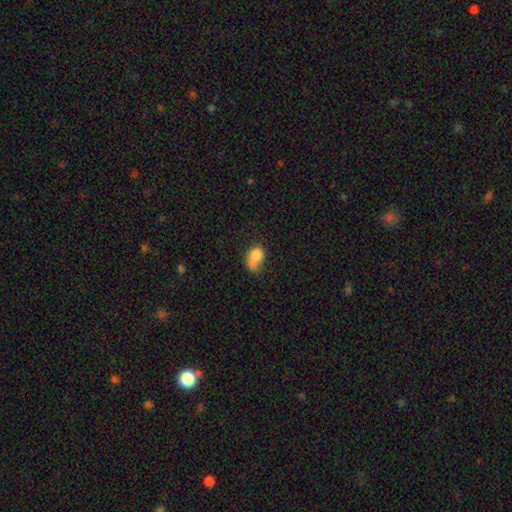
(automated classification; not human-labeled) Q: Smooth or featured?
A: smooth (79%); runner-up: featured or disk (12%)
Q: How rounded?
A: in between (79%); runner-up: round (20%)
Q: Merging?
A: none (30%); runner-up: minor disturbance (28%)